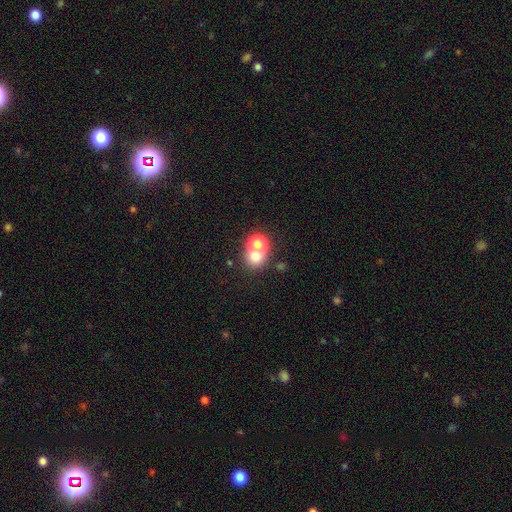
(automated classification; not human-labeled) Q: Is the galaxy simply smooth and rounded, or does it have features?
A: smooth — 69%.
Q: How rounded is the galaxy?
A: round — 79%.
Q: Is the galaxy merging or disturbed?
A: merger — 48%.